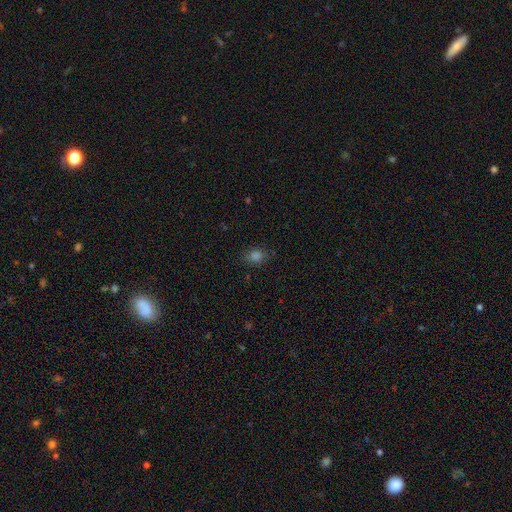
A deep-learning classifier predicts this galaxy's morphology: smooth-or-featured: smooth: 76% | star or artifact: 18% | featured or disk: 5%
  how-rounded: in between: 51% | round: 47% | cigar-shaped: 1%
  merging: none: 84% | minor disturbance: 12% | major disturbance: 3% | merger: 1%